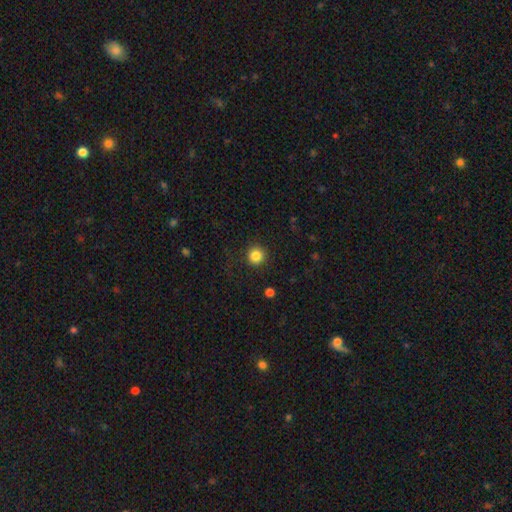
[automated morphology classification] Overall: smooth (84%). How rounded: round (94%). Merging: none (90%).